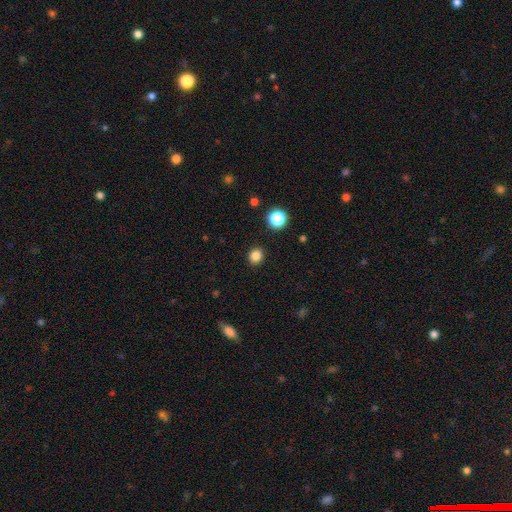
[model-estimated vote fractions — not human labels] smooth-or-featured: smooth: 84% | star or artifact: 13% | featured or disk: 4%
  how-rounded: round: 79% | in between: 20% | cigar-shaped: 1%
  merging: none: 90% | minor disturbance: 6% | major disturbance: 2% | merger: 1%